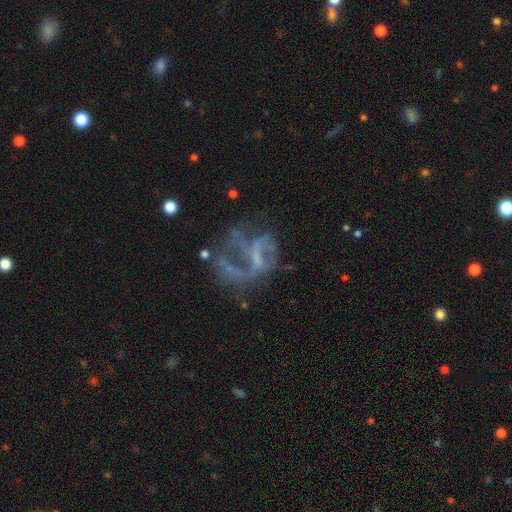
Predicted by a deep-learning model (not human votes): This is likely a featured or disk galaxy (71%). It is clearly not viewed edge-on (97%). Bar: possibly no (48%). Spiral arm pattern: possibly yes (55%). Central bulge: possibly none (58%). Merging: marginally major disturbance (43%).